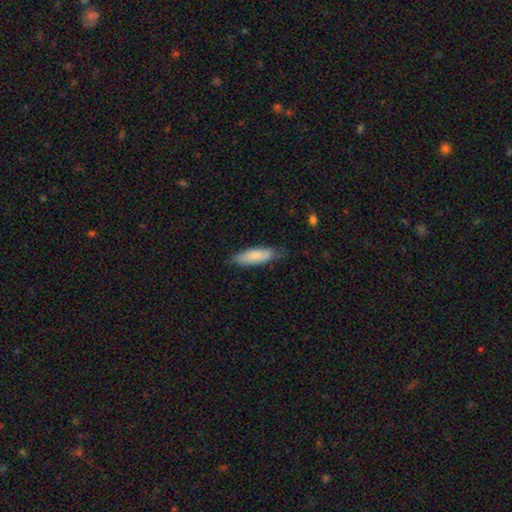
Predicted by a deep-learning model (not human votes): A smooth galaxy with no disk features (82%) that is in between round and cigar-shaped (55%). Merging: none (73%).